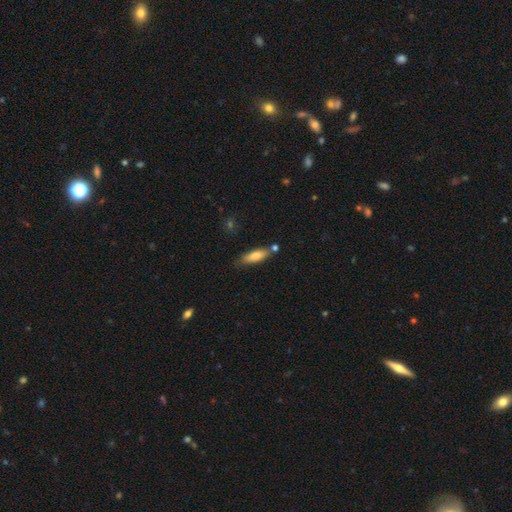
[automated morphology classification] This is likely a smooth galaxy (78%). How rounded: possibly cigar-shaped (50%). Merging: likely none (67%).